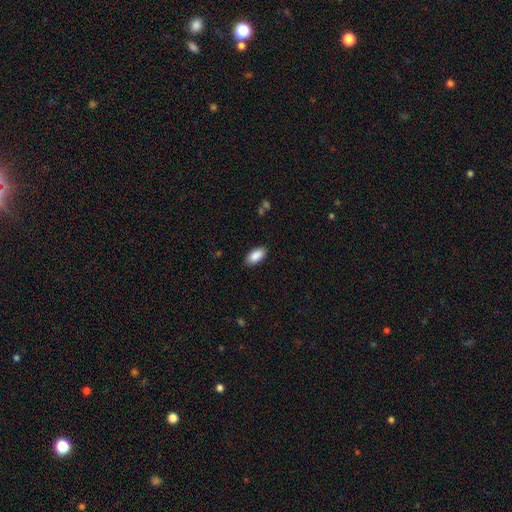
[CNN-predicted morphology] Overall: smooth (89%). How rounded: in between (93%). Merging: none (88%).